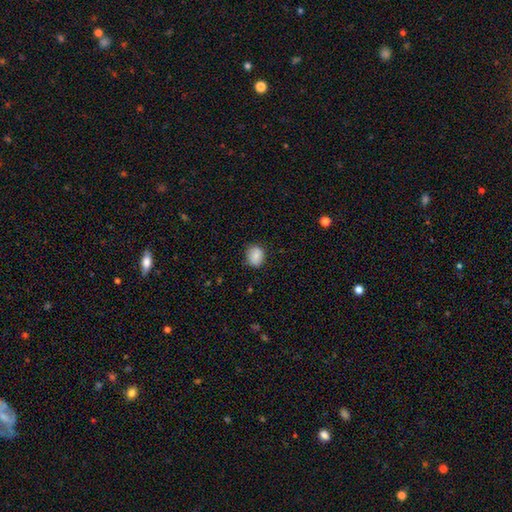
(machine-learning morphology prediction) type=smooth (85%); roundness=round (65%); merging=none (81%).